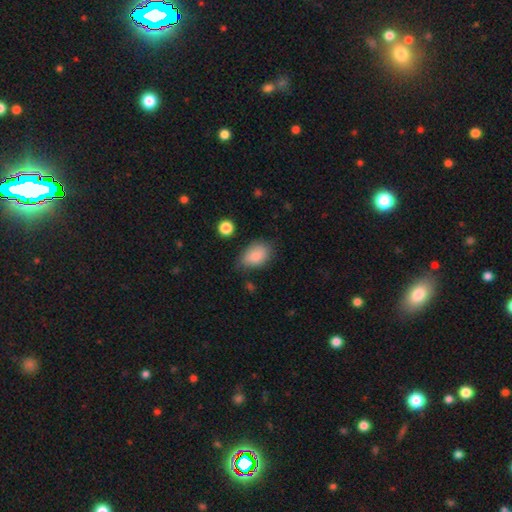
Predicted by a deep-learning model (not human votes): This appears to be a smooth galaxy with no disk features (84%) that is in between round and cigar-shaped (86%). Merging: none (64%).